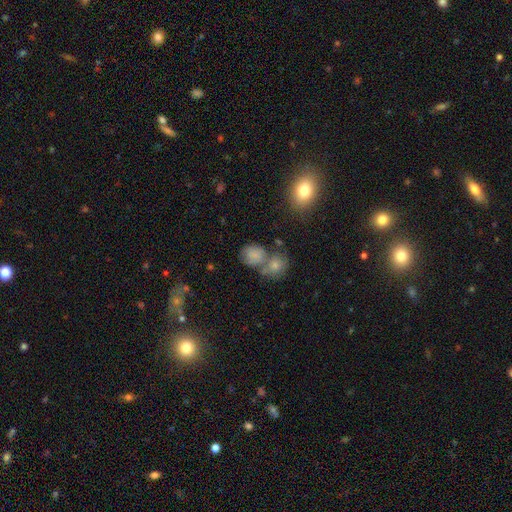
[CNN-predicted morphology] Q: Smooth or featured?
A: smooth (73%); runner-up: featured or disk (14%)
Q: How rounded?
A: round (59%); runner-up: in between (39%)
Q: Merging?
A: merger (42%); runner-up: none (39%)